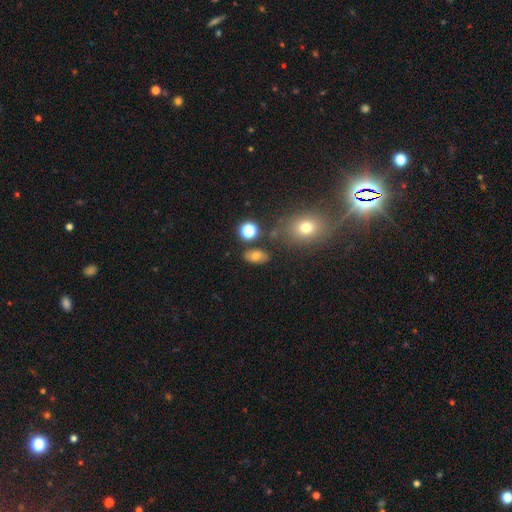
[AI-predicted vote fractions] This appears to be a smooth galaxy with no disk features (74%) that is in between round and cigar-shaped (83%). Merging: none (79%).